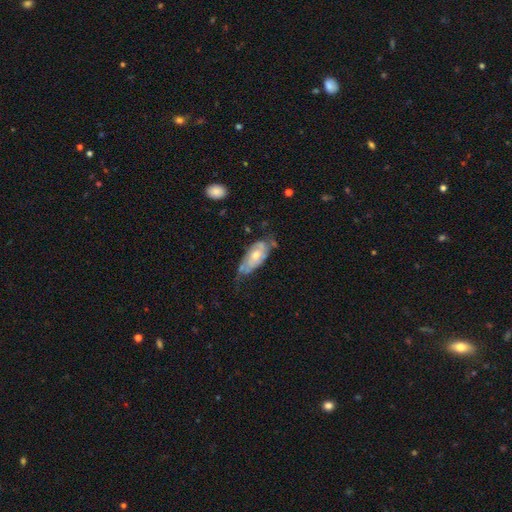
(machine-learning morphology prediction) Smooth or featured: featured or disk — 54% (smooth — 39%)
Edge-on disk: no — 87% (yes — 13%)
Merging: none — 39% (minor disturbance — 37%)